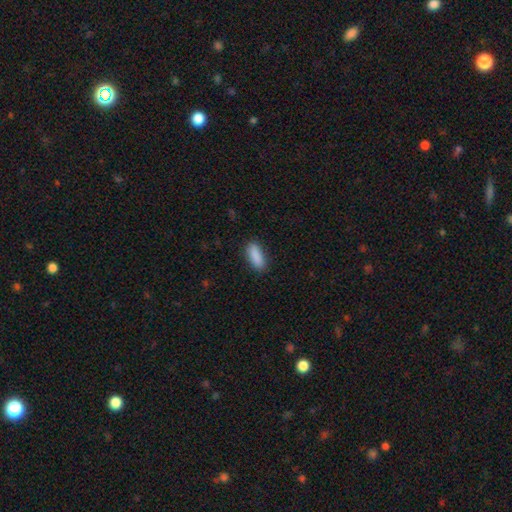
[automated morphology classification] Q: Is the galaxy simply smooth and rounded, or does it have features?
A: smooth — 90%.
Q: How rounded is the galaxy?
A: in between — 70%.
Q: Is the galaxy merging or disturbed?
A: none — 87%.